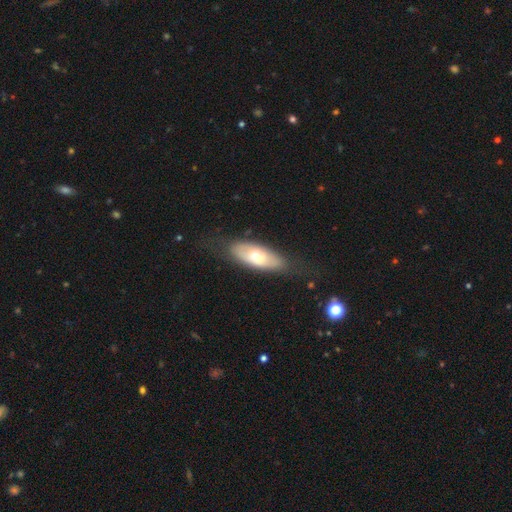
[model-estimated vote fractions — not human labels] Morphology: type=smooth (58%); roundness=in between (80%); merging=none (68%).